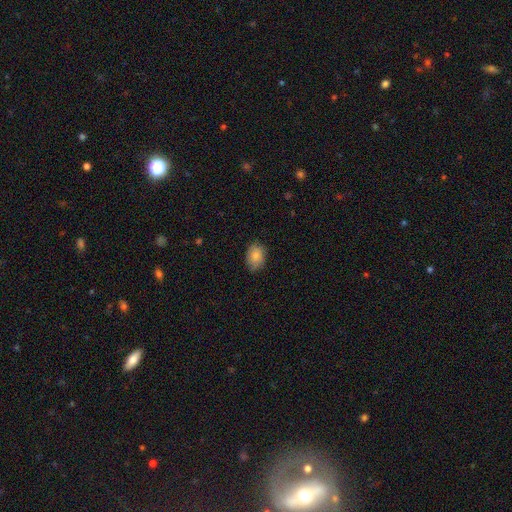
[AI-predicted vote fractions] Smooth or featured? Predicted: smooth (p=0.84). How rounded? Predicted: in between (p=0.76). Merging? Predicted: none (p=0.80).